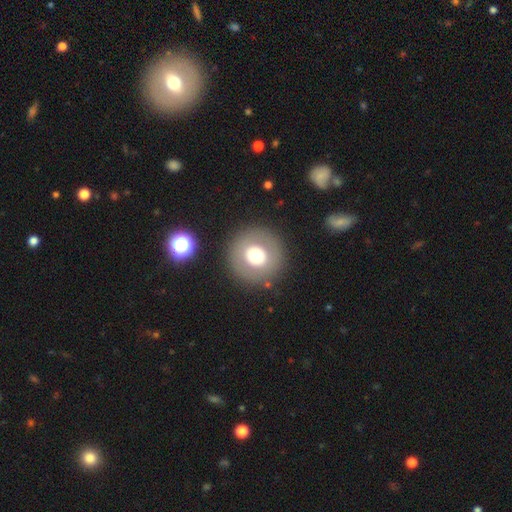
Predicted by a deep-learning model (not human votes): Smooth or featured? Predicted: smooth (p=0.66). How rounded? Predicted: round (p=0.96). Merging? Predicted: none (p=0.88).